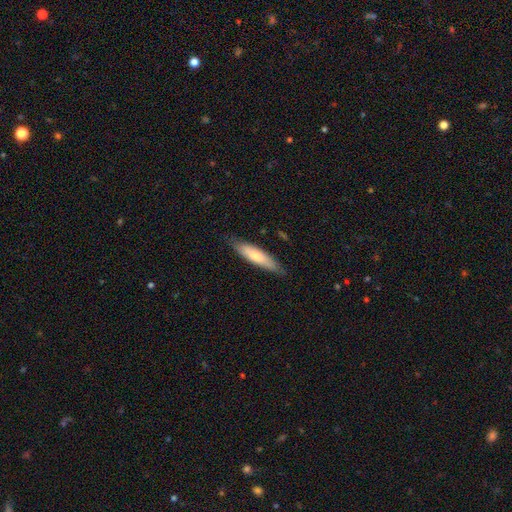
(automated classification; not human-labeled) This is likely a smooth galaxy (71%). How rounded: likely cigar-shaped (73%). Merging: clearly none (82%).